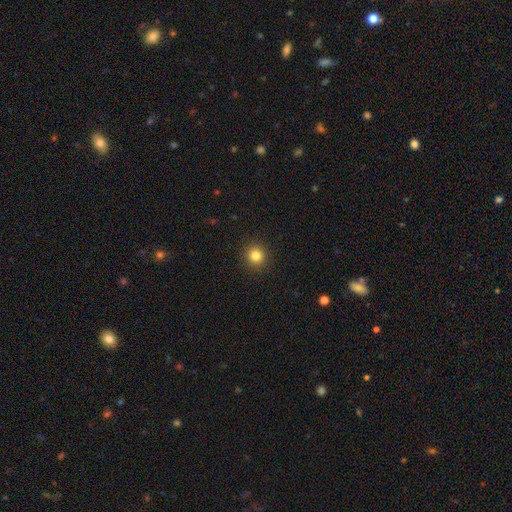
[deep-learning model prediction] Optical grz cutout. It shows a smooth galaxy with no disk features (83%) that is round (91%). Merging: none (92%).